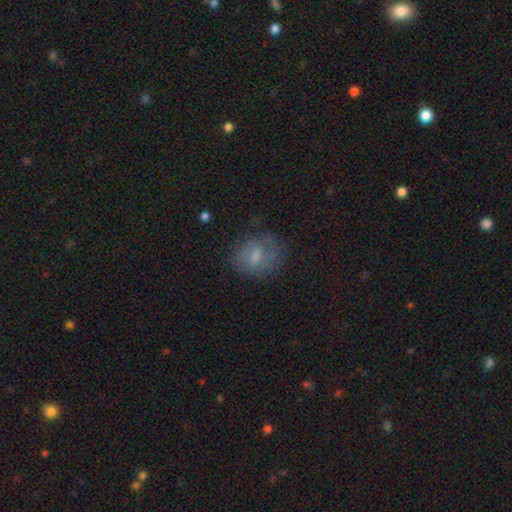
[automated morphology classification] Overall: smooth (62%; featured or disk 28%). How rounded: round (49%, tied with in between). Merging: none (64%).